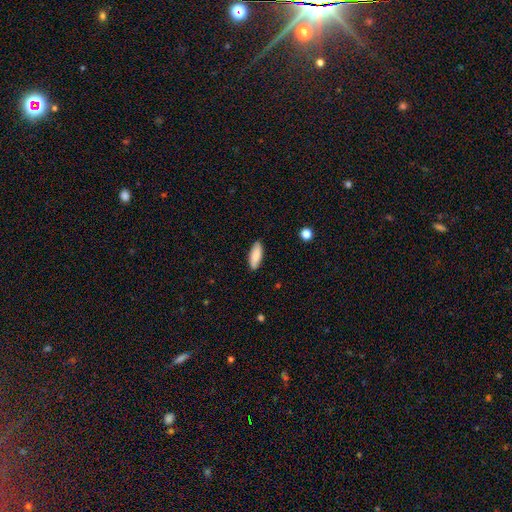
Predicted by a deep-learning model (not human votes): This is clearly a smooth galaxy (85%). How rounded: likely in between (69%). Merging: clearly none (88%).